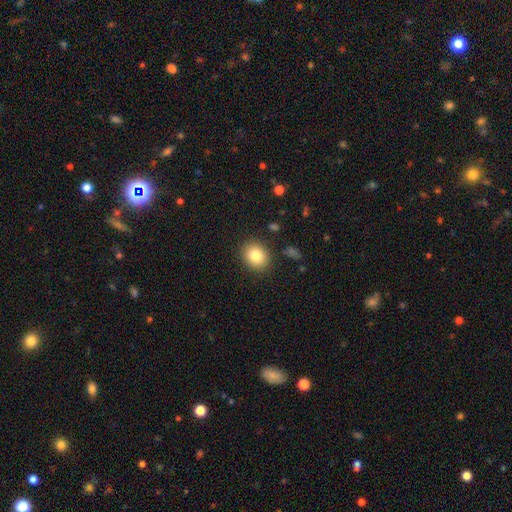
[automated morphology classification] smooth 82%, star or artifact 9%, featured or disk 8%. Down the decision tree: how rounded — round (67%); merging — none (88%).